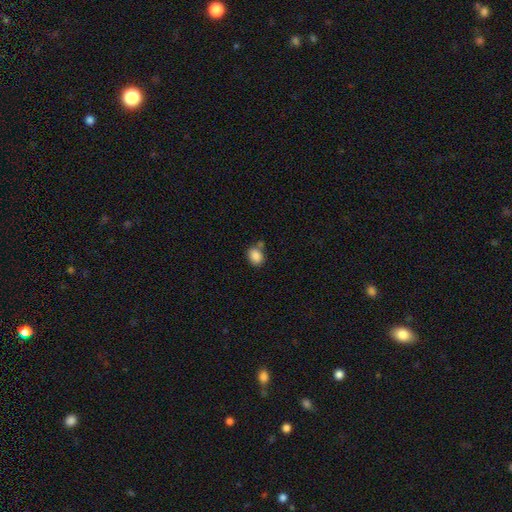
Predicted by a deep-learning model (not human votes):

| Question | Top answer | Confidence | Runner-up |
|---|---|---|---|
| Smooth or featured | smooth | 87% | star or artifact (9%) |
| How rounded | in between | 53% | round (46%) |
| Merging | none | 63% | merger (16%) |